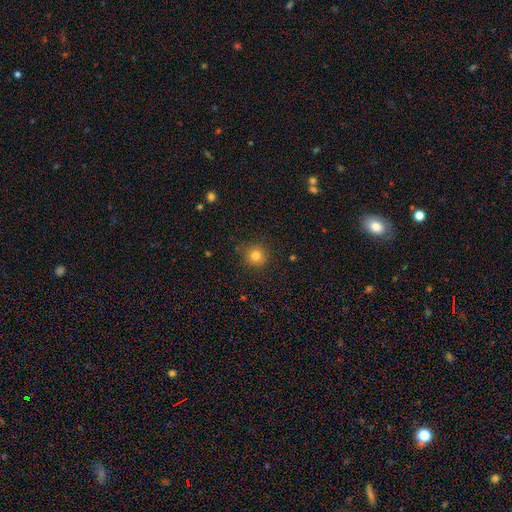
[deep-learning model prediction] This is clearly a smooth galaxy (80%). How rounded: clearly round (93%). Merging: clearly none (87%).